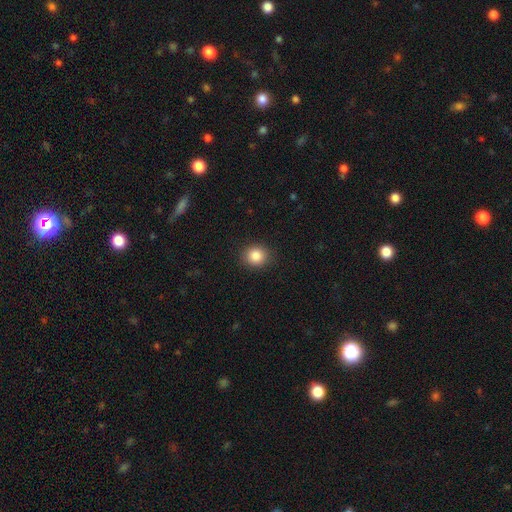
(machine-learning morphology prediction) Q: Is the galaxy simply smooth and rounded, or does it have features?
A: smooth — 85%.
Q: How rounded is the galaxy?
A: round — 82%.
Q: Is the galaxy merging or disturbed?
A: none — 91%.